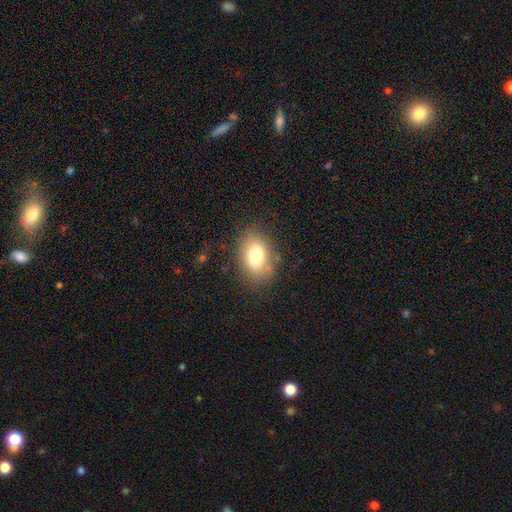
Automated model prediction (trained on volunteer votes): Q: Smooth or featured?
A: smooth (76%); runner-up: featured or disk (15%)
Q: How rounded?
A: in between (86%); runner-up: round (13%)
Q: Merging?
A: none (78%); runner-up: minor disturbance (15%)